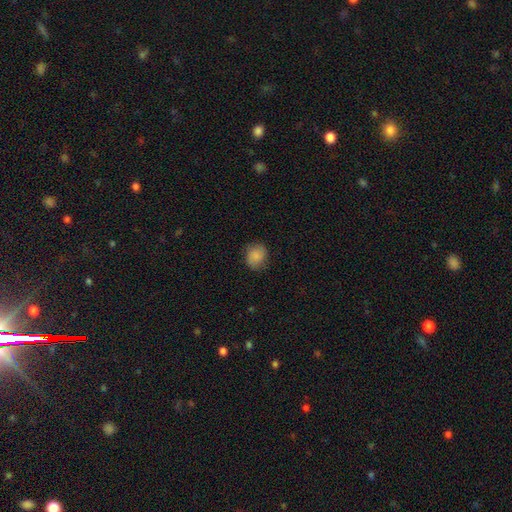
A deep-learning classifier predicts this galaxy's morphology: The model was most divided on "how rounded": round: 66%, in between: 33%, cigar-shaped: 1%. More confident: smooth or featured — smooth (81%); merging — none (78%).